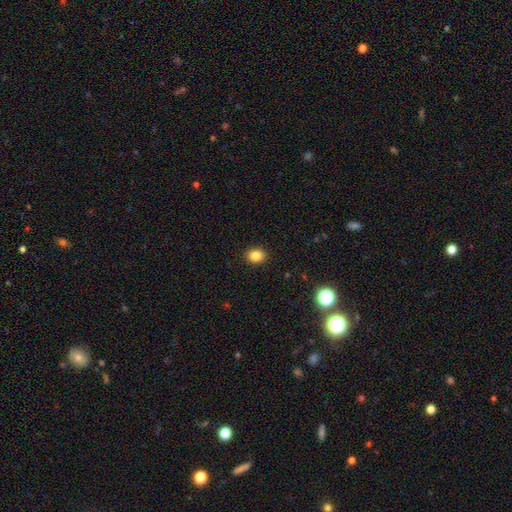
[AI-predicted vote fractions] Morphology: type=smooth (85%); roundness=in between (53%); merging=none (90%).